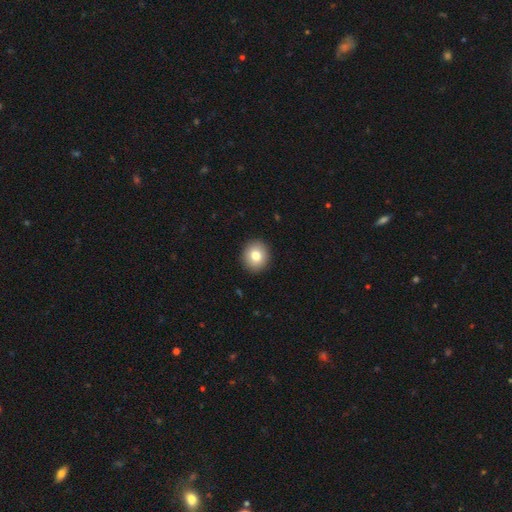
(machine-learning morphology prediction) smooth-or-featured: smooth: 80% | featured or disk: 11% | star or artifact: 9%
  how-rounded: round: 82% | in between: 17% | cigar-shaped: 1%
  merging: none: 92% | minor disturbance: 5% | major disturbance: 2% | merger: 1%